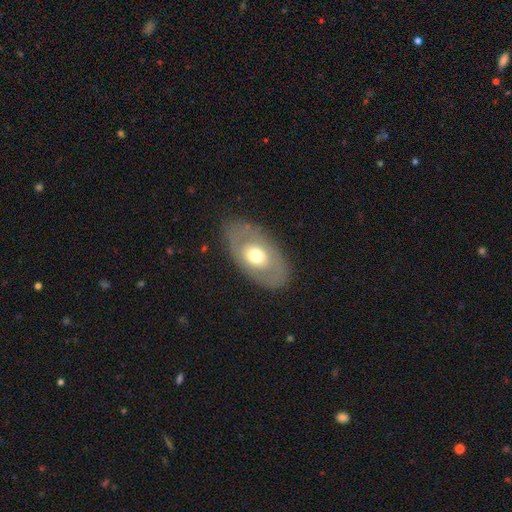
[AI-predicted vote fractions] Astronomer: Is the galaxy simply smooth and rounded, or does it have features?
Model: smooth — 49% (runner-up: featured or disk, 44%).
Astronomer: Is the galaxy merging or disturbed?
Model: none — 79%.